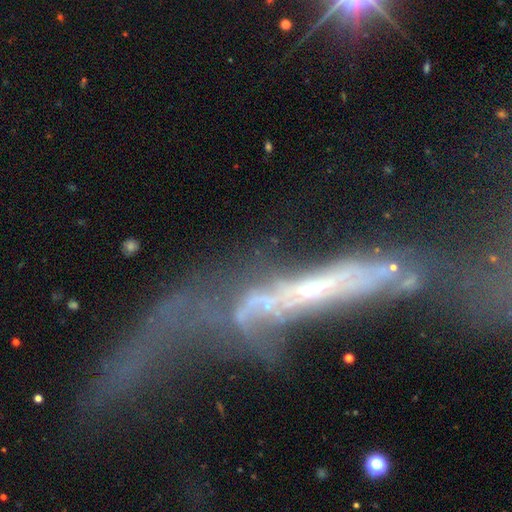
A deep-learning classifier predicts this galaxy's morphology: Smooth or featured? Predicted: featured or disk (p=0.69). Edge-on disk? Predicted: no (p=0.58). Merging? Predicted: major disturbance (p=0.44).